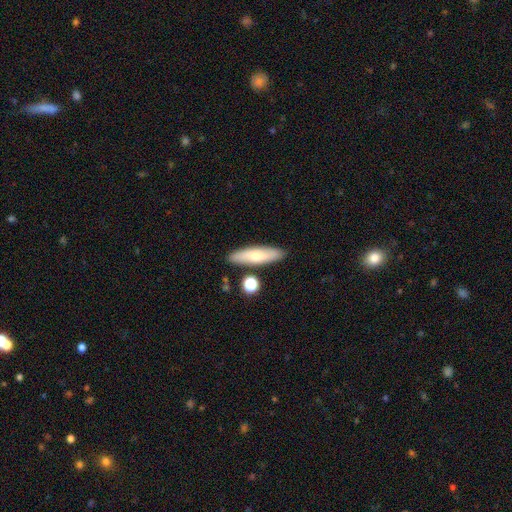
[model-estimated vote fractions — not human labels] Smooth or featured?
  - smooth: 63% *
  - featured or disk: 30%
  - star or artifact: 7%
How rounded?
  - cigar-shaped: 64% *
  - in between: 34%
  - round: 3%
Merging?
  - none: 84% *
  - minor disturbance: 9%
  - merger: 5%
  - major disturbance: 2%